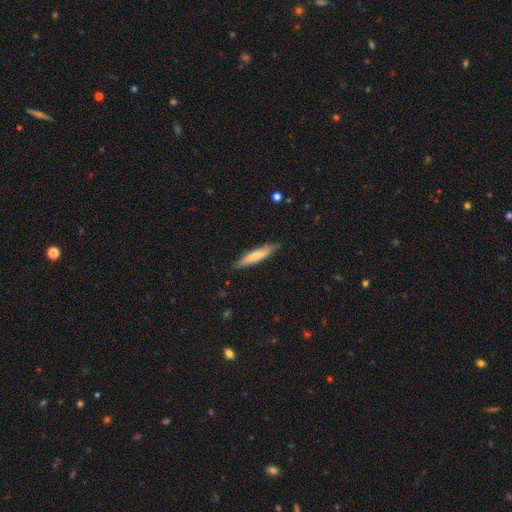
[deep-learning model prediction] This appears to be a smooth galaxy with no disk features (69%) that is cigar-shaped (86%). Merging: none (84%).